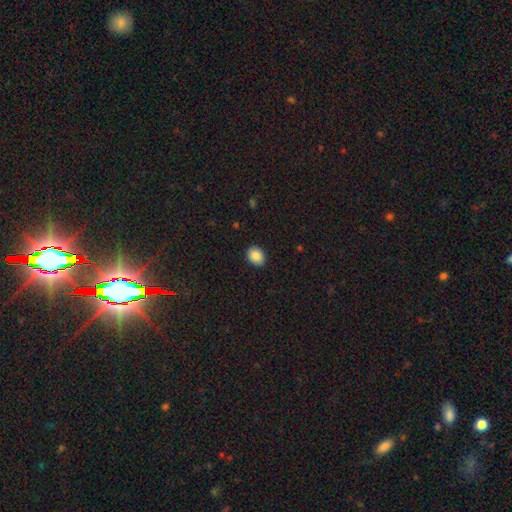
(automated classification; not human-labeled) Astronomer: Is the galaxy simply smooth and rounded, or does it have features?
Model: smooth — 87%.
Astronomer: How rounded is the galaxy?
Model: in between — 59% (runner-up: round, 40%).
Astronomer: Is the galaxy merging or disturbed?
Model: none — 90%.